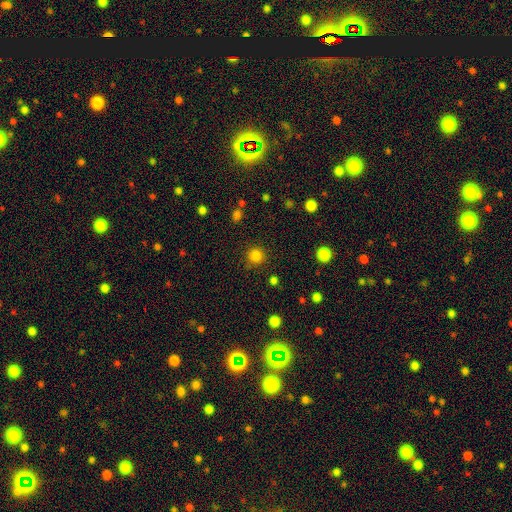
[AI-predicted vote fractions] This is clearly a smooth galaxy (83%). How rounded: clearly round (95%). Merging: clearly none (88%).